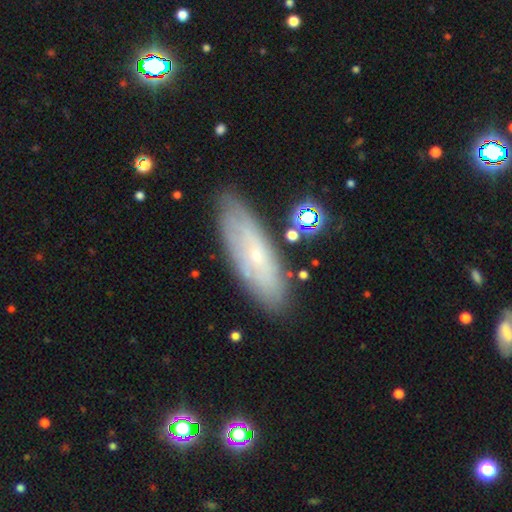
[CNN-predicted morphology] Overall: featured or disk (56%; smooth 36%). Edge-on disk: no (72%). Merging: none (82%).